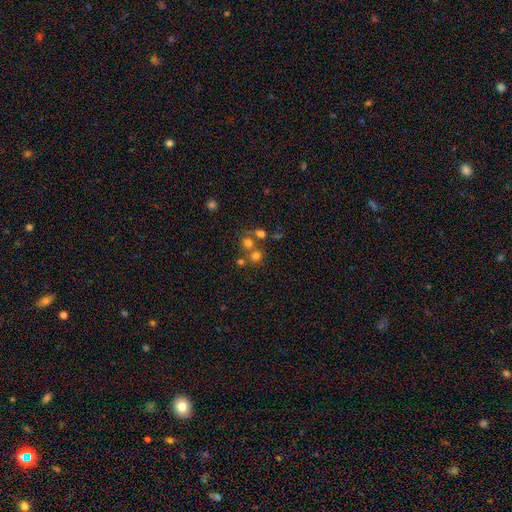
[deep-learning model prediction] smooth-or-featured: smooth: 67% | star or artifact: 21% | featured or disk: 12%
  how-rounded: round: 87% | in between: 12% | cigar-shaped: 1%
  merging: none: 56% | merger: 33% | minor disturbance: 7% | major disturbance: 4%